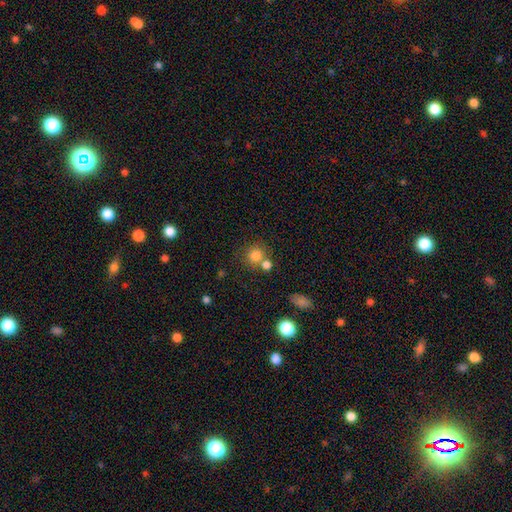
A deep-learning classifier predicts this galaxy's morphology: Smooth or featured?
  - smooth: 80% *
  - star or artifact: 12%
  - featured or disk: 8%
How rounded?
  - round: 86% *
  - in between: 13%
  - cigar-shaped: 1%
Merging?
  - none: 58% *
  - merger: 29%
  - minor disturbance: 9%
  - major disturbance: 4%